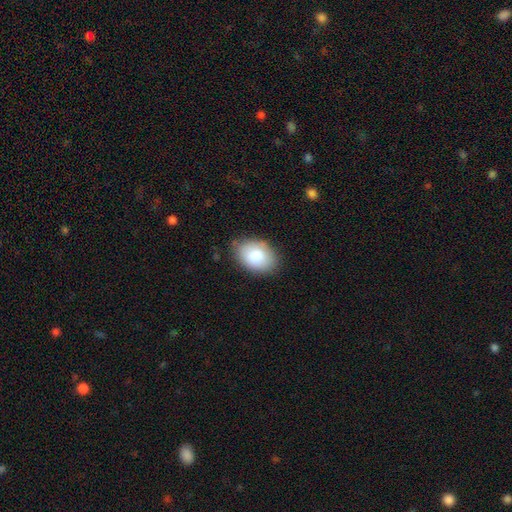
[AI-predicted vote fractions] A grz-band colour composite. It shows a smooth galaxy with no disk features (84%) that is in between round and cigar-shaped (83%). Merging: none (78%).